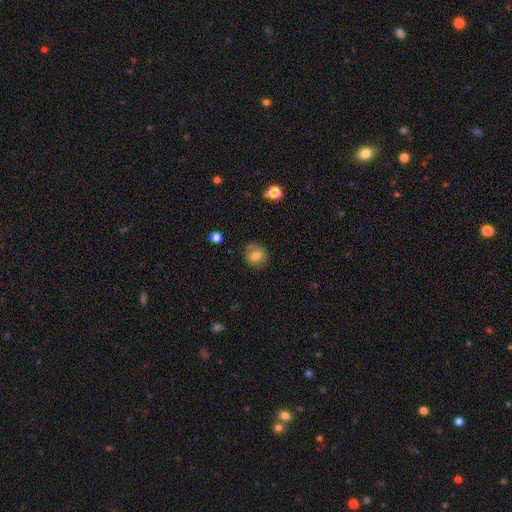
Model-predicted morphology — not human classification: A smooth galaxy with no disk features (74%) that is round (80%). Merging: none (78%).